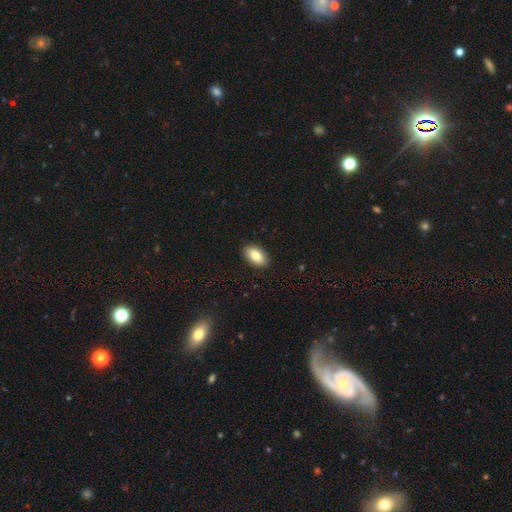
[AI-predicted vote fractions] Smooth or featured? smooth (82%)
How rounded? in between (93%)
Merging? none (90%)